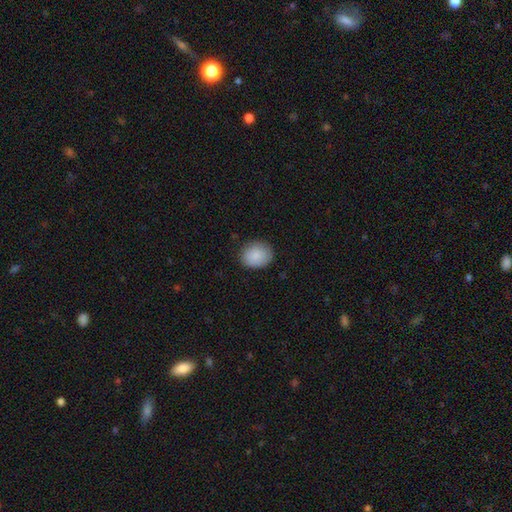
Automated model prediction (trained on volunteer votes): A smooth galaxy with no disk features (88%) that is round (62%).

Vote fractions:
- Smooth or featured? smooth: 88% / star or artifact: 7% / featured or disk: 5%
- How rounded? round: 62% / in between: 37% / cigar-shaped: 1%
- Merging? none: 83% / minor disturbance: 13% / major disturbance: 3% / merger: 1%